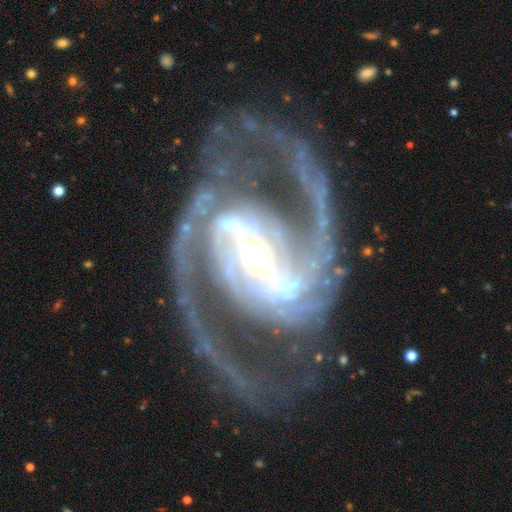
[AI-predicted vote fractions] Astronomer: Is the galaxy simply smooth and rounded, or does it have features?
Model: featured or disk — 93%.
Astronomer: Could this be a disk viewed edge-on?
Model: no — 98%.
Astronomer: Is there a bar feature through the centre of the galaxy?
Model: strong — 53% (runner-up: weak, 31%).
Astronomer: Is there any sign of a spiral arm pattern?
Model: yes — 98%.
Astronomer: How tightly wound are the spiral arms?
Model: medium — 60%.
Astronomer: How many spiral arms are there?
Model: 2 — 87%.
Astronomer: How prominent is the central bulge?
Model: moderate — 57%.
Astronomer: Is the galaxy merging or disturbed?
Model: none — 70%.